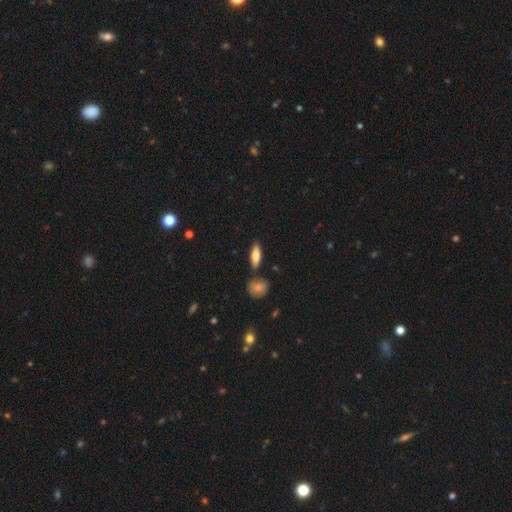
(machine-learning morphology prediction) This is likely a smooth galaxy (79%). How rounded: possibly in between (56%). Merging: clearly none (82%).